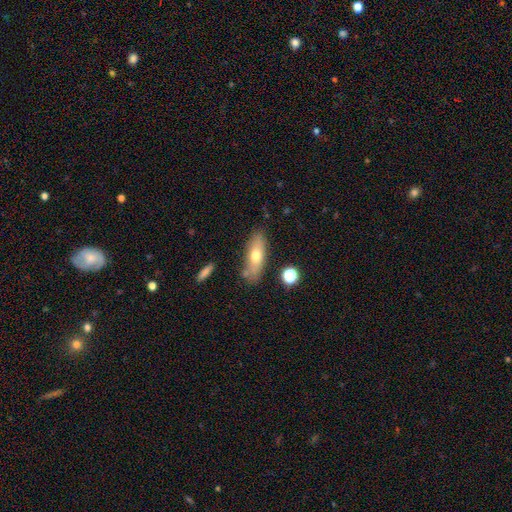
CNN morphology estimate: Smooth or featured? smooth (64%)
How rounded? in between (59%)
Merging? none (75%)